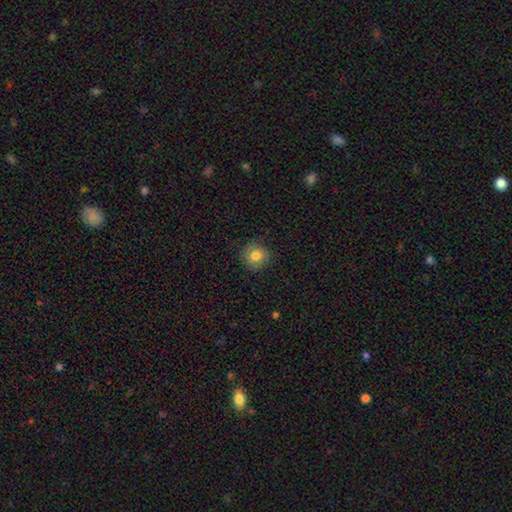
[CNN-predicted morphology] smooth-or-featured: smooth: 80% | featured or disk: 10% | star or artifact: 10%
  how-rounded: round: 91% | in between: 8% | cigar-shaped: 1%
  merging: none: 85% | minor disturbance: 11% | major disturbance: 3% | merger: 1%